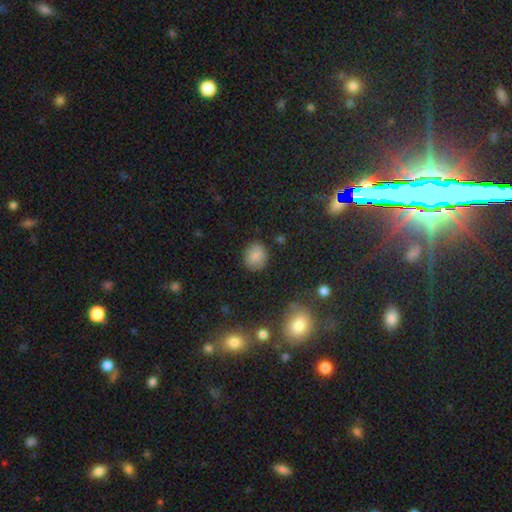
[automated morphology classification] This appears to be a smooth galaxy with no disk features (81%) that is round (71%). Merging: none (86%).